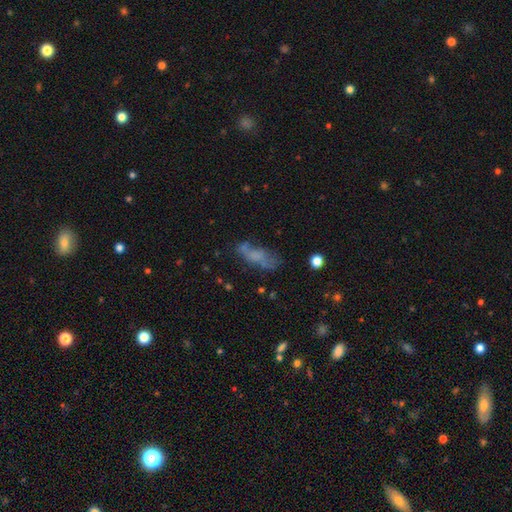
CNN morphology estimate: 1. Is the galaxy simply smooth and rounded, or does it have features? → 52% smooth, 33% featured or disk, 15% star or artifact.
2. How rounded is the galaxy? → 60% in between, 36% cigar-shaped, 4% round.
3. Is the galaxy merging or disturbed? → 44% none, 25% minor disturbance, 21% major disturbance, 9% merger.